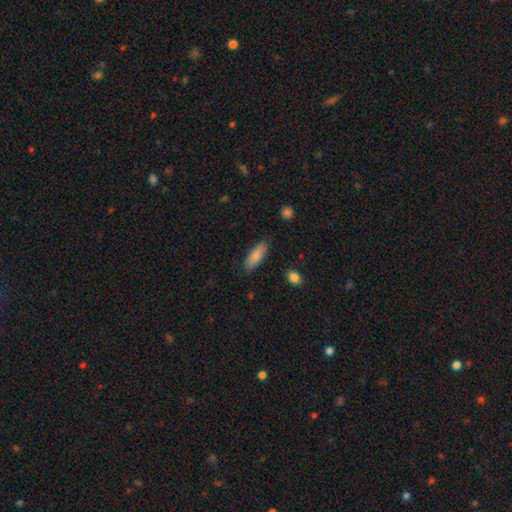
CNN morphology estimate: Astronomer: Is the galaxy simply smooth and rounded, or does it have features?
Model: smooth — 84%.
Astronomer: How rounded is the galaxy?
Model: in between — 68%.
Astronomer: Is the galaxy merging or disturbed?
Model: none — 82%.